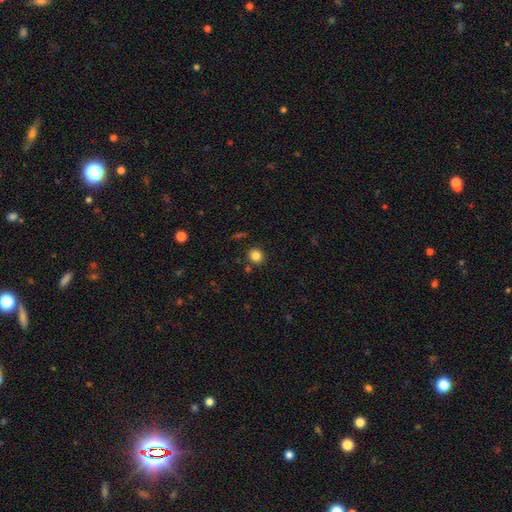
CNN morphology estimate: Q: Smooth or featured?
A: smooth (84%); runner-up: star or artifact (12%)
Q: How rounded?
A: round (81%); runner-up: in between (18%)
Q: Merging?
A: none (86%); runner-up: minor disturbance (8%)